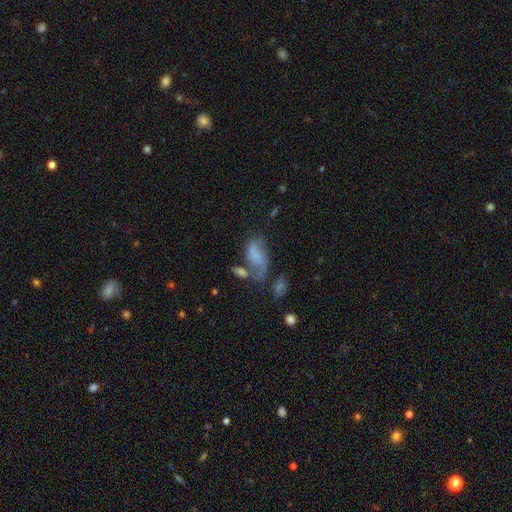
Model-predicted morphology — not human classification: This appears to be a smooth galaxy with no disk features (52%) that is in between round and cigar-shaped (89%). Merging: merger (27%, tied with major disturbance and none).